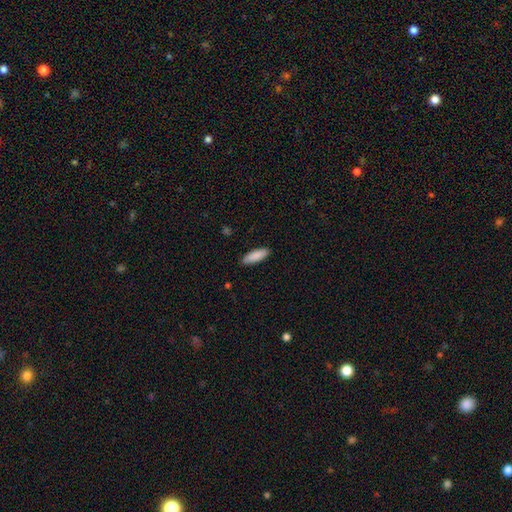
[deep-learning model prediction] Smooth or featured? smooth (89%)
How rounded? in between (56%)
Merging? none (89%)